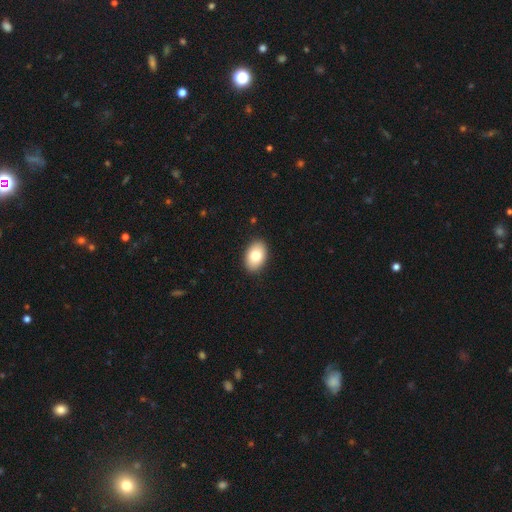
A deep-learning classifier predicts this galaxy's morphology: Smooth or featured: smooth — 78% (featured or disk — 14%)
How rounded: in between — 87% (round — 12%)
Merging: none — 90% (minor disturbance — 7%)